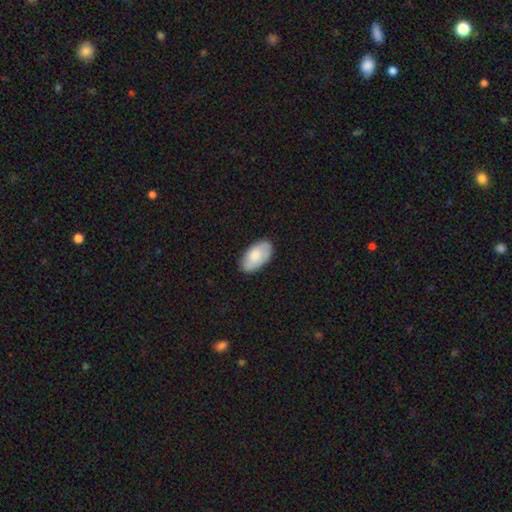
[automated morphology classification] Smooth or featured? smooth (77%)
How rounded? in between (96%)
Merging? none (84%)